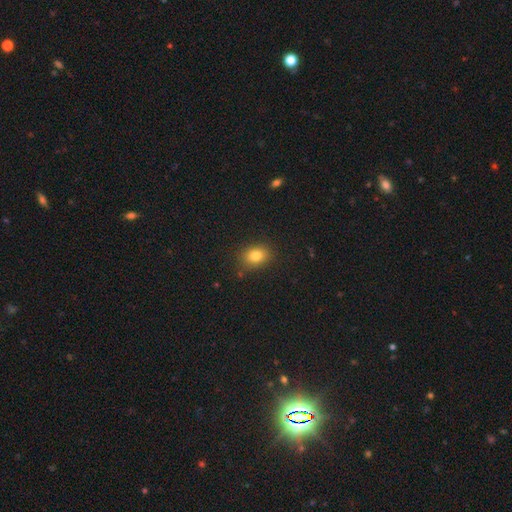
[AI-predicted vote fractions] Morphology: type=smooth (80%); roundness=in between (63%); merging=none (85%).